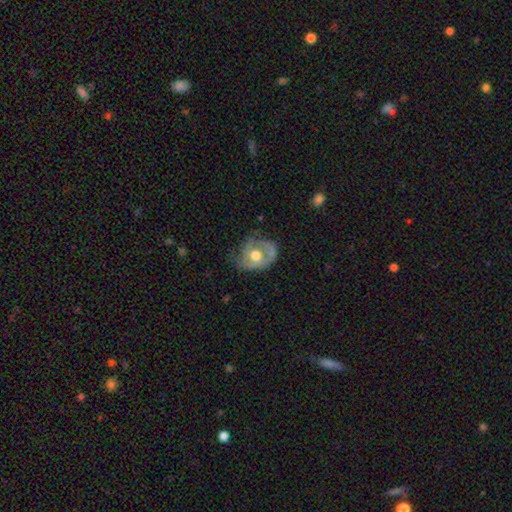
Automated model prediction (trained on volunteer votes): featured or disk 60%, smooth 34%, star or artifact 6%. Down the decision tree: edge-on disk — no (96%); bar — no (83%); spiral arms — yes (56%); bulge size — moderate (61%); merging — none (43%).